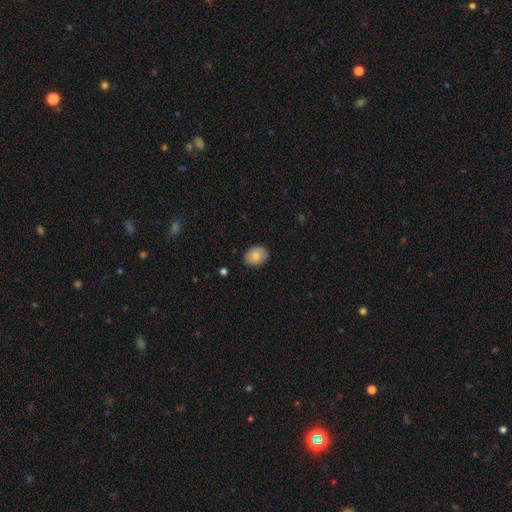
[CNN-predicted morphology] smooth 83%, featured or disk 9%, star or artifact 7%. Down the decision tree: how rounded — in between (64%); merging — none (84%).